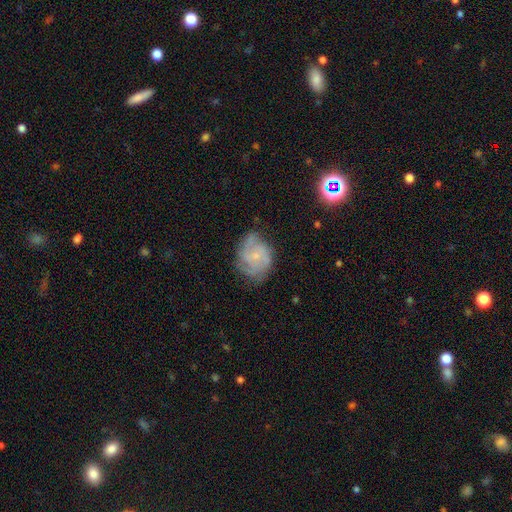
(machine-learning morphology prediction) Smooth or featured: featured or disk — 72% (smooth — 20%)
Edge-on disk: no — 98% (yes — 2%)
Bar: no — 69% (weak — 28%)
Spiral arms: yes — 92% (no — 8%)
Spiral winding: medium — 45% (tight — 40%)
Spiral arm count: 3 — 32% (can't tell — 26%)
Bulge size: small — 71% (moderate — 17%)
Merging: none — 64% (minor disturbance — 24%)